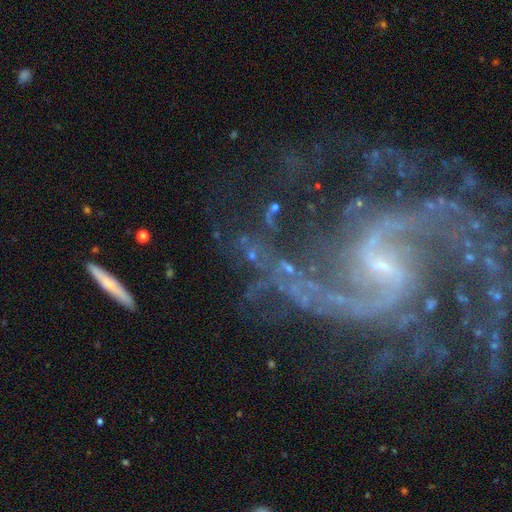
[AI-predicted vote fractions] Smooth or featured? Predicted: featured or disk (p=0.76). Edge-on disk? Predicted: no (p=0.93). Bar? Predicted: weak (p=0.40). Spiral arms? Predicted: yes (p=0.89). Spiral winding? Predicted: medium (p=0.41). Spiral arm count? Predicted: 2 (p=0.54). Bulge size? Predicted: small (p=0.66). Merging? Predicted: none (p=0.49).